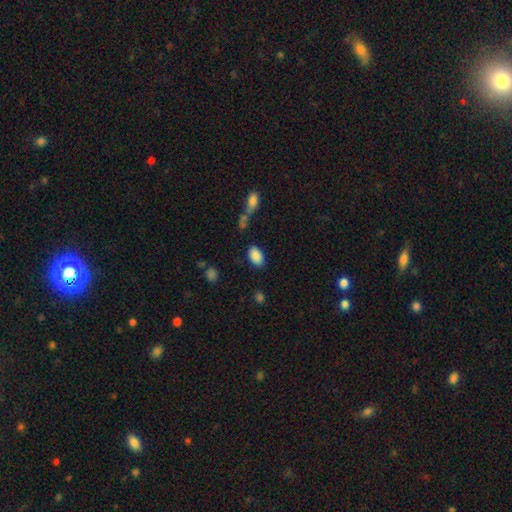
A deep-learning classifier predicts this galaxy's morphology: Smooth or featured?
  - smooth: 89% *
  - star or artifact: 7%
  - featured or disk: 4%
How rounded?
  - in between: 92% *
  - round: 6%
  - cigar-shaped: 2%
Merging?
  - none: 81% *
  - minor disturbance: 12%
  - merger: 4%
  - major disturbance: 4%